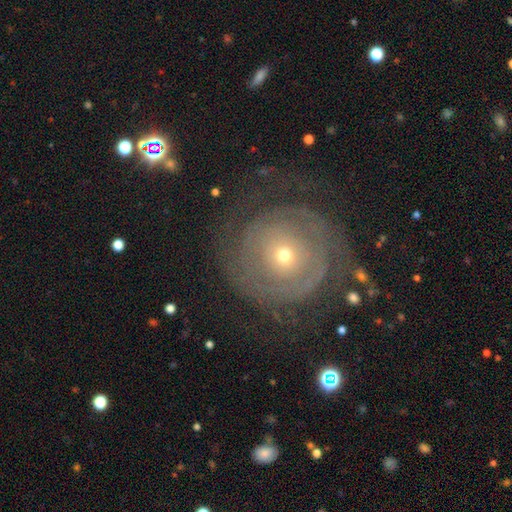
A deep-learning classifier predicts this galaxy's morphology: This appears to be a featured or disk galaxy (75%) with no bar (85%), 2 (36%) tight (75%) spiral arms (81%) and a small central bulge (68%). Merging: none (69%).